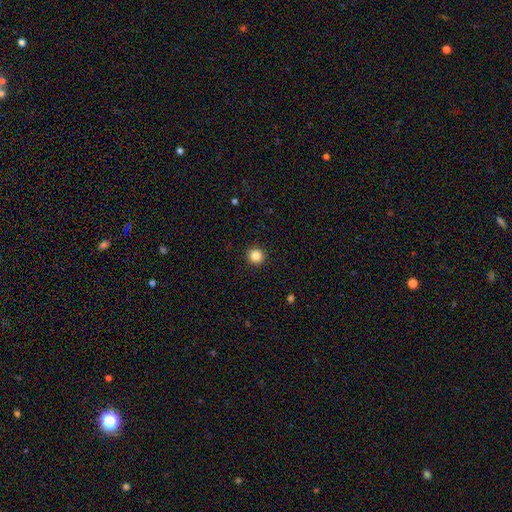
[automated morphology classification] smooth_or_featured: smooth (p=0.84) [alt: star or artifact p=0.11]
how_rounded: round (p=0.94) [alt: in between p=0.05]
merging: none (p=0.93) [alt: minor disturbance p=0.04]